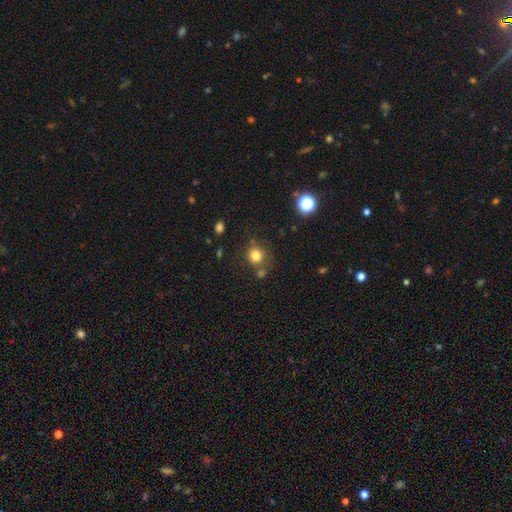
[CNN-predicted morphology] Smooth or featured?
  - smooth: 79% *
  - star or artifact: 13%
  - featured or disk: 8%
How rounded?
  - round: 85% *
  - in between: 14%
  - cigar-shaped: 1%
Merging?
  - none: 69% *
  - merger: 13%
  - minor disturbance: 13%
  - major disturbance: 5%